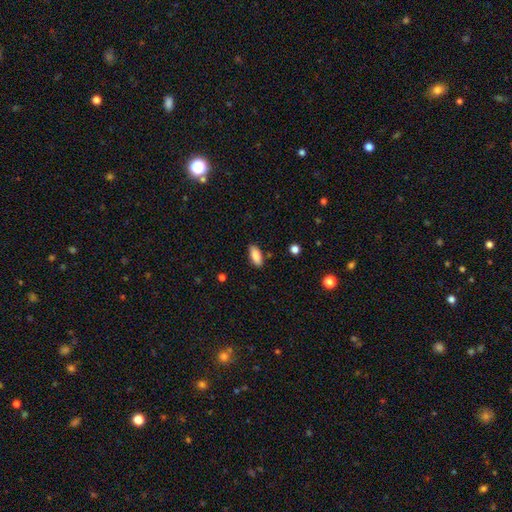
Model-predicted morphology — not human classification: This is clearly a smooth galaxy (86%). How rounded: clearly in between (84%). Merging: clearly none (85%).